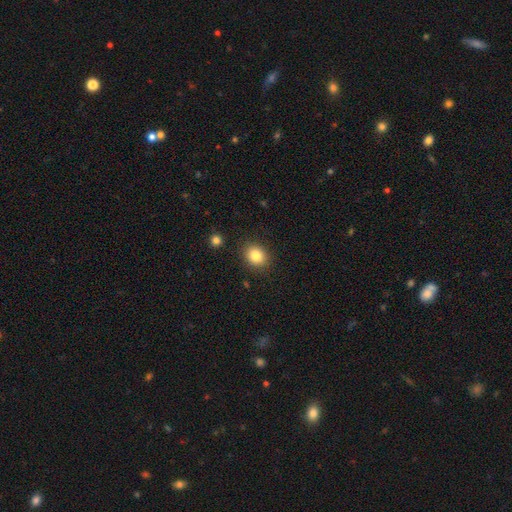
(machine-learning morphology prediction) Smooth or featured? Predicted: smooth (p=0.83). How rounded? Predicted: round (p=0.66). Merging? Predicted: none (p=0.88).